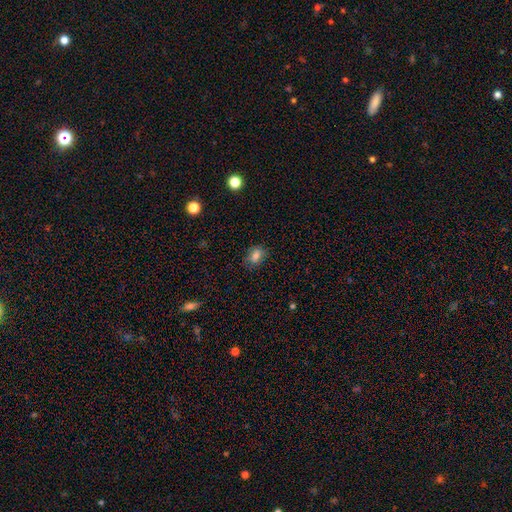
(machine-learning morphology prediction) Smooth or featured? smooth (79%)
How rounded? in between (72%)
Merging? none (77%)